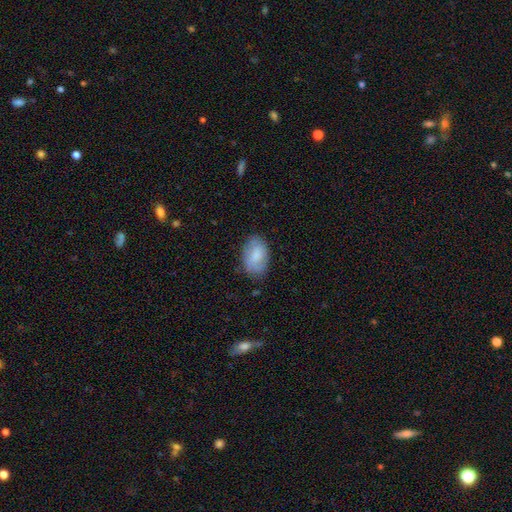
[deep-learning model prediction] smooth_or_featured: smooth (p=0.76) [alt: featured or disk p=0.18]
how_rounded: in between (p=0.91) [alt: round p=0.08]
merging: none (p=0.73) [alt: minor disturbance p=0.20]